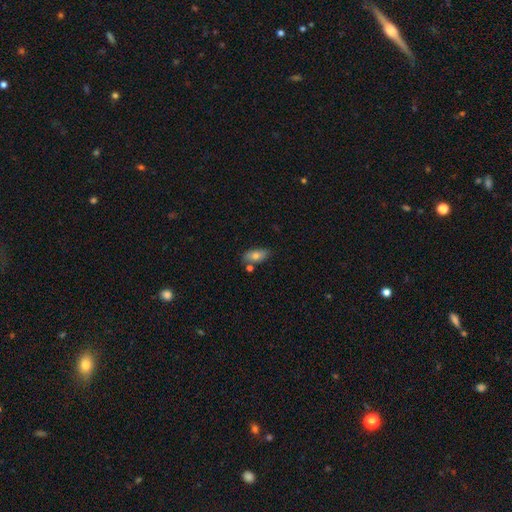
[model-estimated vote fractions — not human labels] Overall: smooth (73%). How rounded: in between (87%). Merging: none (71%).